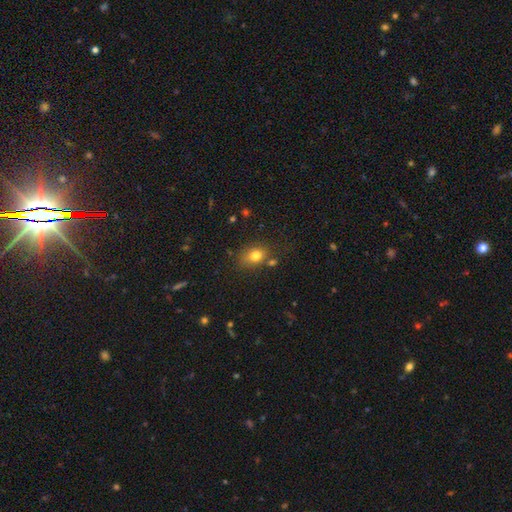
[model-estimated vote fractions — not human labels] This is likely a smooth galaxy (78%). How rounded: likely in between (61%). Merging: likely none (67%).